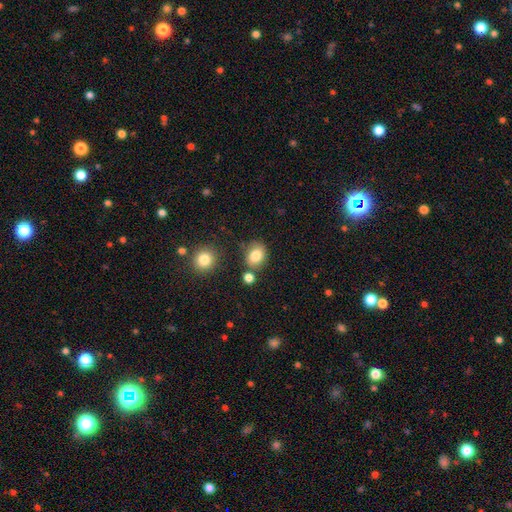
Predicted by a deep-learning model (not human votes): Overall: smooth (82%). How rounded: in between (52%; round 47%). Merging: none (73%).